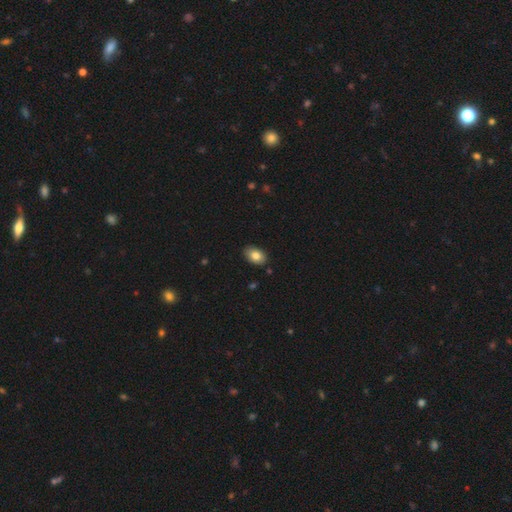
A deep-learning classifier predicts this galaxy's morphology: Q: Smooth or featured?
A: smooth (82%); runner-up: featured or disk (11%)
Q: How rounded?
A: in between (88%); runner-up: round (11%)
Q: Merging?
A: none (87%); runner-up: minor disturbance (10%)